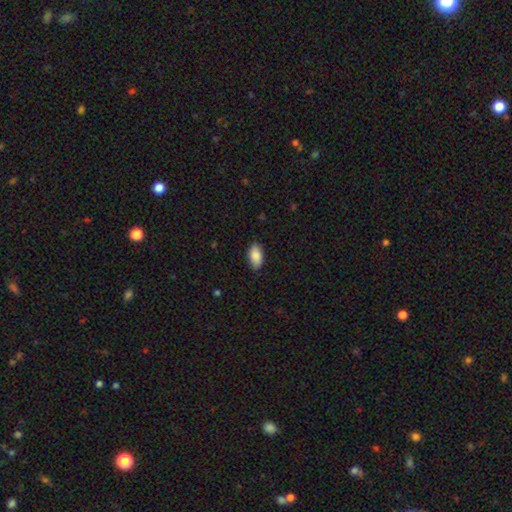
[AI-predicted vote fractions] Overall: smooth (89%). How rounded: in between (93%). Merging: none (86%).